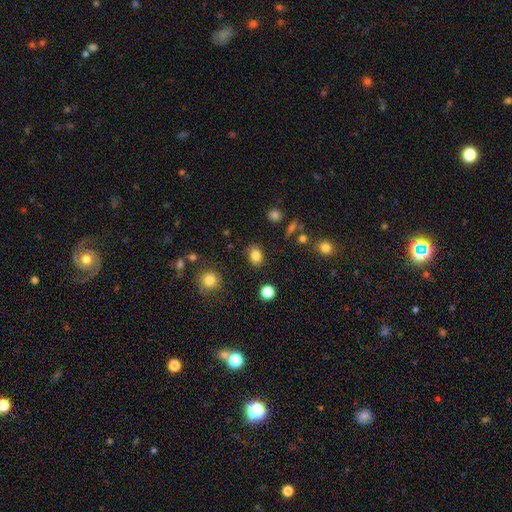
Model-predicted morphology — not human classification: Q: Smooth or featured?
A: smooth (83%); runner-up: star or artifact (11%)
Q: How rounded?
A: in between (56%); runner-up: round (43%)
Q: Merging?
A: none (83%); runner-up: minor disturbance (11%)